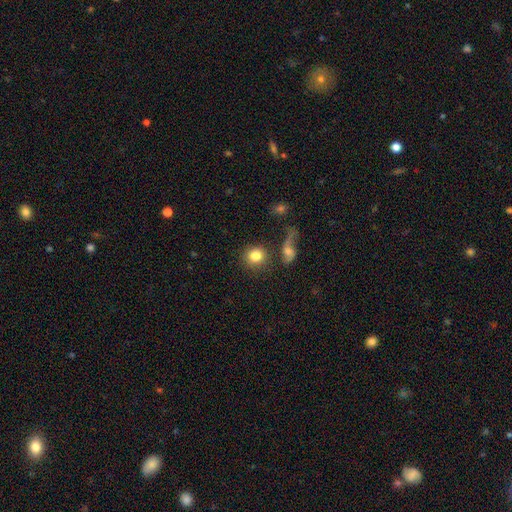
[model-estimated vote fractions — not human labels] A smooth galaxy with no disk features (82%) that is round (86%).

Vote fractions:
- Smooth or featured? smooth: 82% / featured or disk: 10% / star or artifact: 9%
- How rounded? round: 86% / in between: 12% / cigar-shaped: 1%
- Merging? none: 76% / minor disturbance: 9% / merger: 9% / major disturbance: 5%